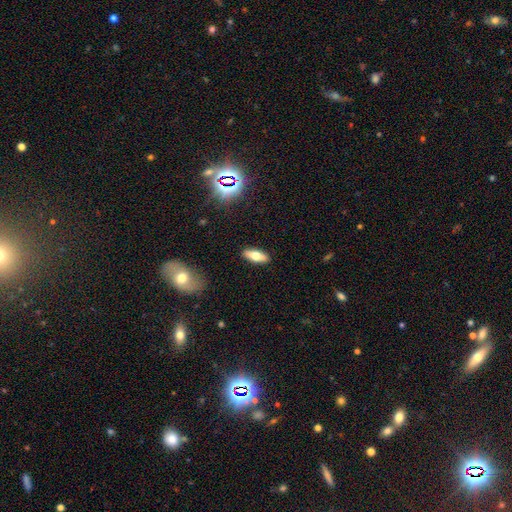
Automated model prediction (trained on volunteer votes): This appears to be a smooth galaxy with no disk features (65%) that is in between round and cigar-shaped (66%). Merging: none (89%).